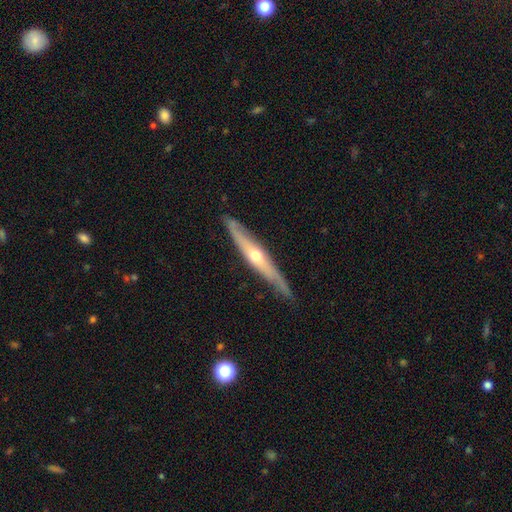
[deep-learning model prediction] featured or disk 70%, smooth 25%, star or artifact 5%. Down the decision tree: edge-on disk — yes (89%); edge-on bulge — rounded (85%); merging — none (84%).